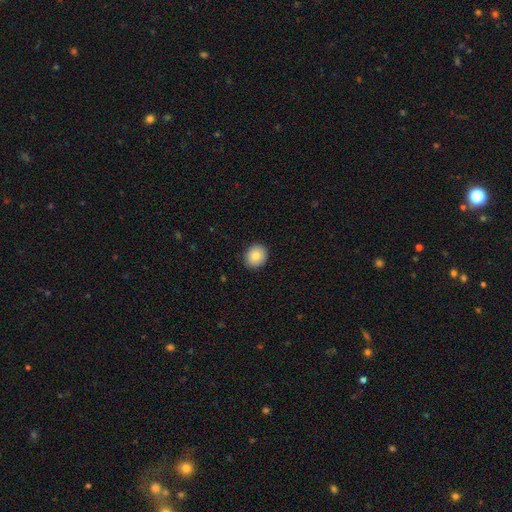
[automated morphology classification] A smooth galaxy with no disk features (85%) that is round (77%). Merging: none (90%).